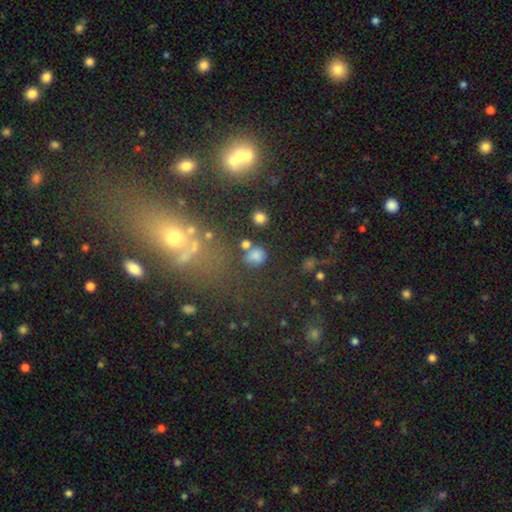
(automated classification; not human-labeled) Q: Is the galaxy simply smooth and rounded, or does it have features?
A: smooth — 73%.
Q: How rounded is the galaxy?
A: round — 74%.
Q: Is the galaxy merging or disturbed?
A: none — 65%.